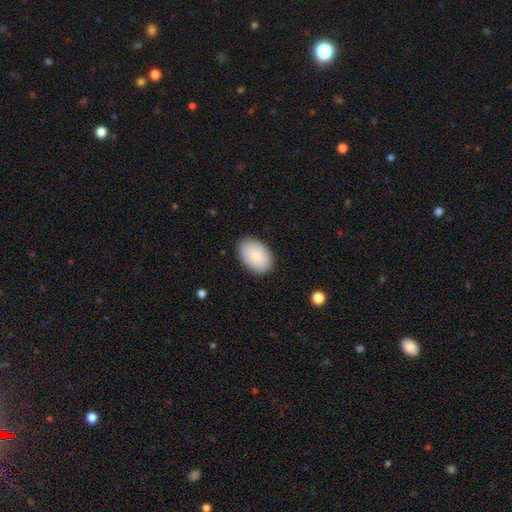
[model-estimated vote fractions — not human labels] A smooth galaxy with no disk features (85%) that is in between round and cigar-shaped (88%).

Vote fractions:
- Smooth or featured? smooth: 85% / featured or disk: 9% / star or artifact: 6%
- How rounded? in between: 88% / round: 11% / cigar-shaped: 1%
- Merging? none: 86% / minor disturbance: 10% / major disturbance: 2% / merger: 1%